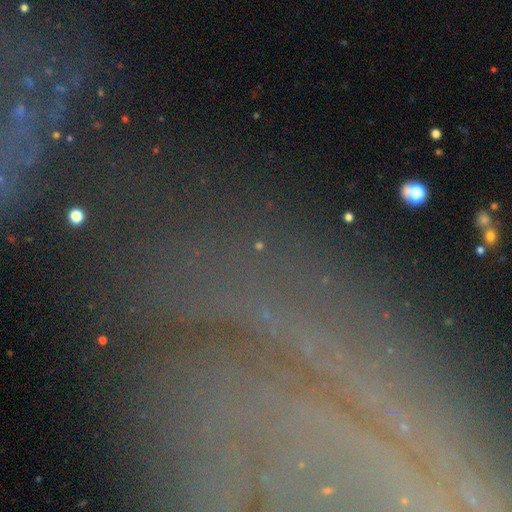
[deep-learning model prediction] This is possibly a star or artifact rather than a galaxy (48%).